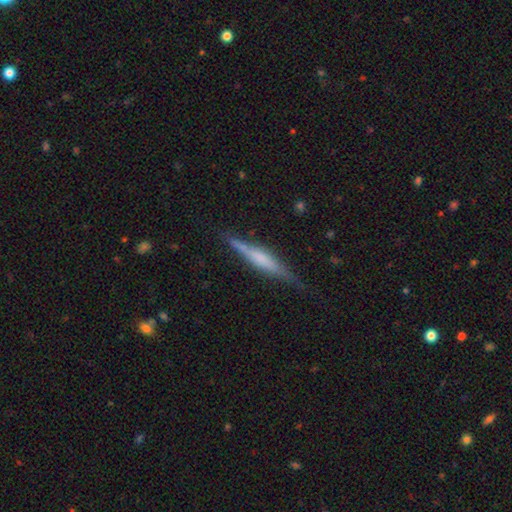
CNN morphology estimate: Smooth or featured? featured or disk (69%)
Edge-on disk? yes (97%)
Edge-on bulge? rounded (46%)
Merging? none (84%)